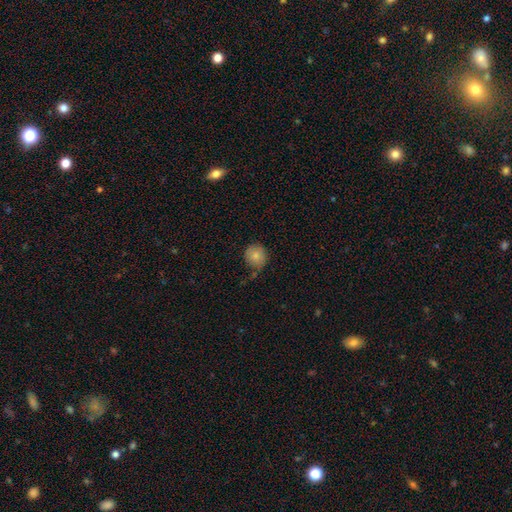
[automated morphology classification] The model was most divided on "merging": none: 64%, minor disturbance: 25%, major disturbance: 7%, merger: 5%. More confident: how rounded — round (88%); smooth or featured — smooth (82%).